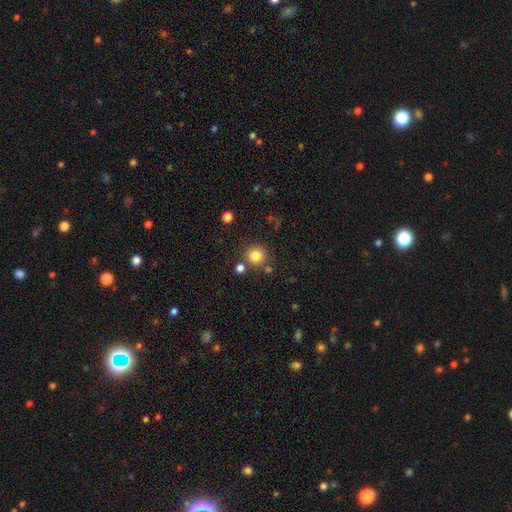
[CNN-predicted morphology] Overall: smooth (82%). How rounded: round (93%). Merging: none (79%).